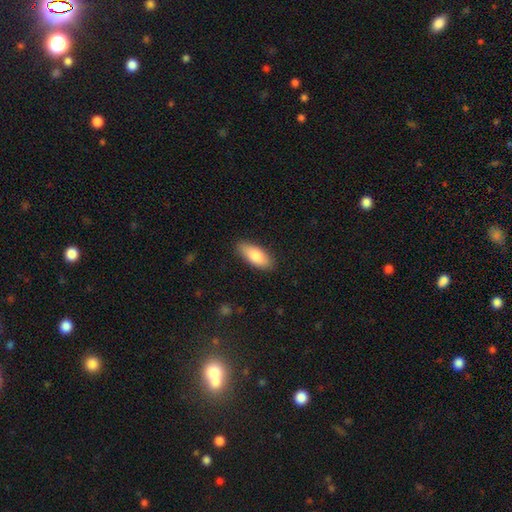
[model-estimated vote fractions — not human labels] This appears to be a smooth galaxy with no disk features (83%) that is in between round and cigar-shaped (81%). Merging: none (87%).